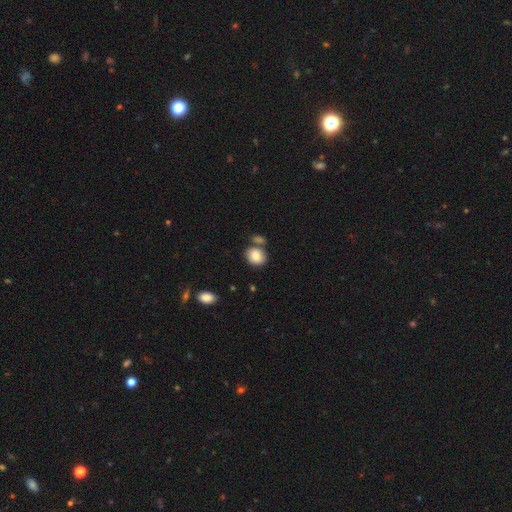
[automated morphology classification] Smooth or featured?
  - smooth: 83% *
  - featured or disk: 9%
  - star or artifact: 8%
How rounded?
  - round: 56% *
  - in between: 43%
  - cigar-shaped: 1%
Merging?
  - none: 63% *
  - merger: 20%
  - minor disturbance: 13%
  - major disturbance: 4%